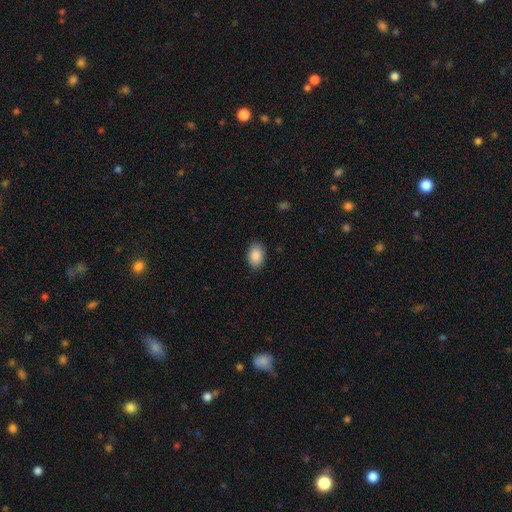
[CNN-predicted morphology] The model was most divided on "how rounded": in between: 86%, round: 13%, cigar-shaped: 1%. More confident: smooth or featured — smooth (89%); merging — none (88%).